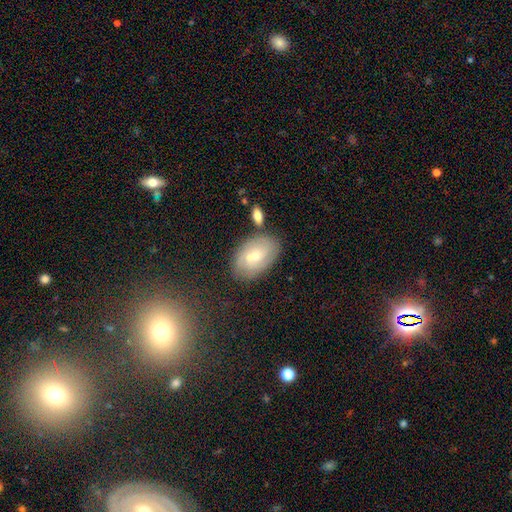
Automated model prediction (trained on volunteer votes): featured or disk 47%, smooth 44%, star or artifact 10%. Down the decision tree: merging — none (72%).